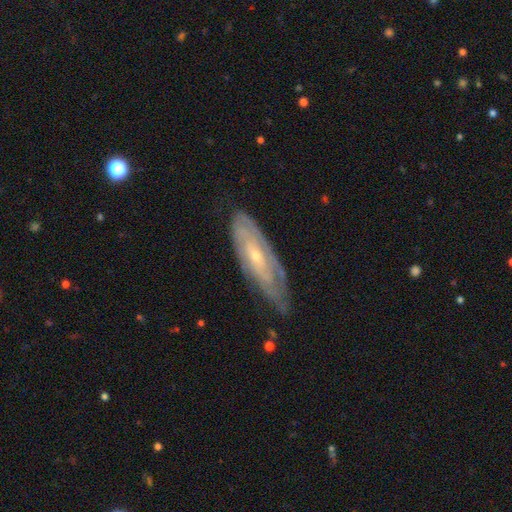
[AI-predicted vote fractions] Overall: featured or disk (74%). Edge-on disk: no (80%). Bar: no (63%; weak 29%). Spiral arms: yes (82%). Bulge size: small (68%). Merging: none (62%; minor disturbance 28%).